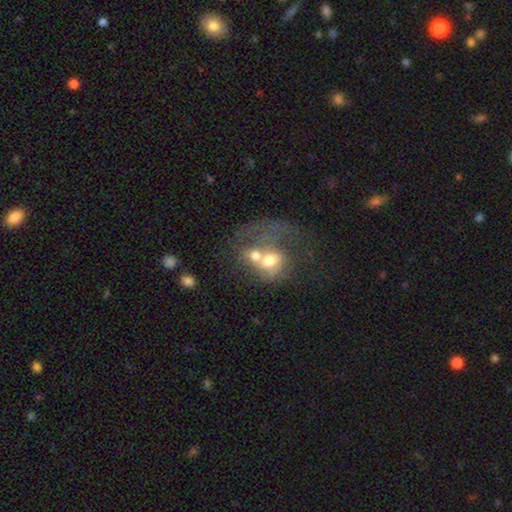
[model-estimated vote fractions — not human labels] smooth-or-featured: smooth: 47% | featured or disk: 42% | star or artifact: 11%
  merging: merger: 71% | major disturbance: 13% | none: 10% | minor disturbance: 5%